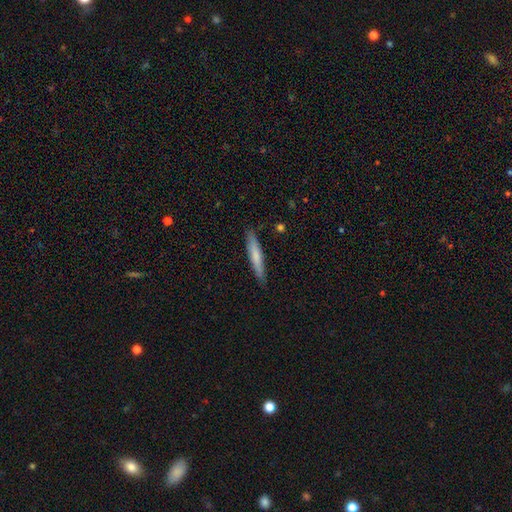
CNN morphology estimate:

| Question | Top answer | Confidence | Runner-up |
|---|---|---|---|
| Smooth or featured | smooth | 68% | featured or disk (27%) |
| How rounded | cigar-shaped | 93% | in between (6%) |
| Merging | none | 88% | minor disturbance (9%) |